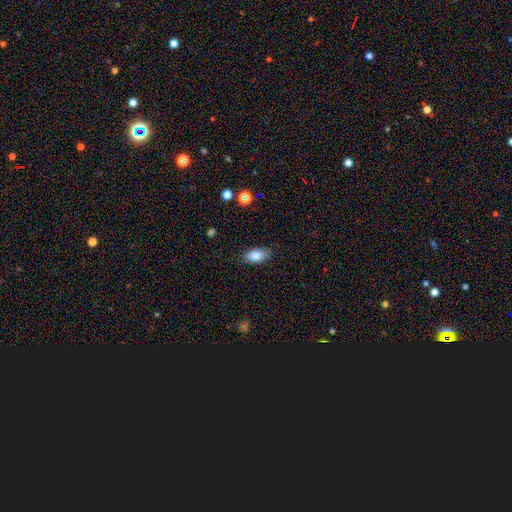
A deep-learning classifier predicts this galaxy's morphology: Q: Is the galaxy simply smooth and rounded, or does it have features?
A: smooth — 84%.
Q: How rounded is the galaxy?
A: in between — 90%.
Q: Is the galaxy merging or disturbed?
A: none — 84%.